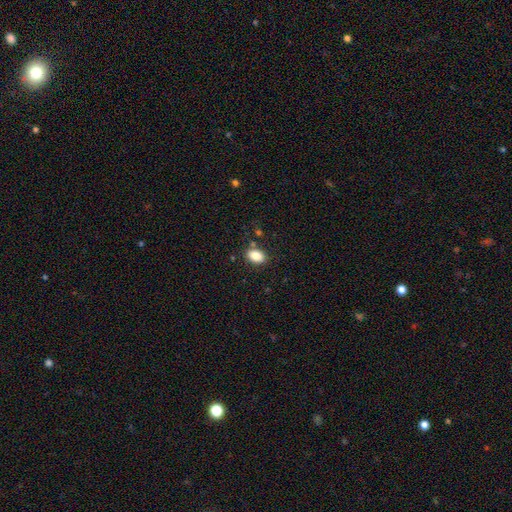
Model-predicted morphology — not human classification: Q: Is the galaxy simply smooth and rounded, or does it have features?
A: smooth — 86%.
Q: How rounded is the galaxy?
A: in between — 82%.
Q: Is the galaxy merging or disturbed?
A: none — 78%.